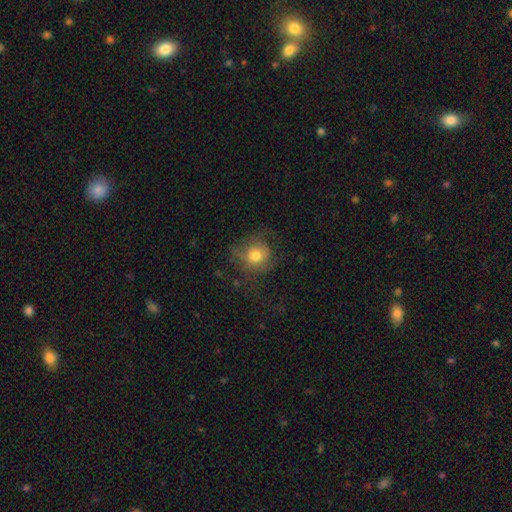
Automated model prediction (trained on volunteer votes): The model was most divided on "merging": none: 59%, minor disturbance: 20%, major disturbance: 19%, merger: 2%. More confident: how rounded — round (86%); smooth or featured — smooth (68%).